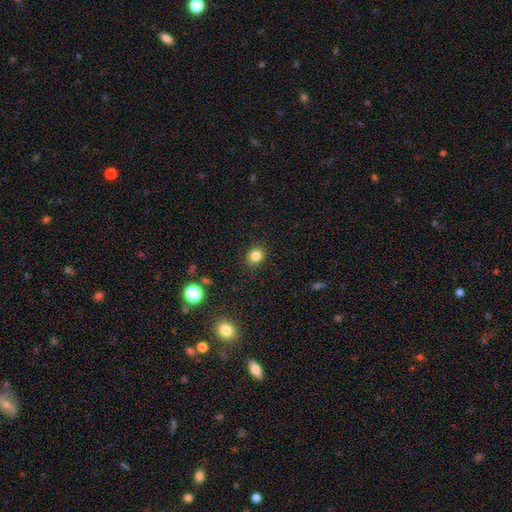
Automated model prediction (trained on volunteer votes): smooth 83%, star or artifact 12%, featured or disk 5%. Down the decision tree: how rounded — round (72%); merging — none (89%).